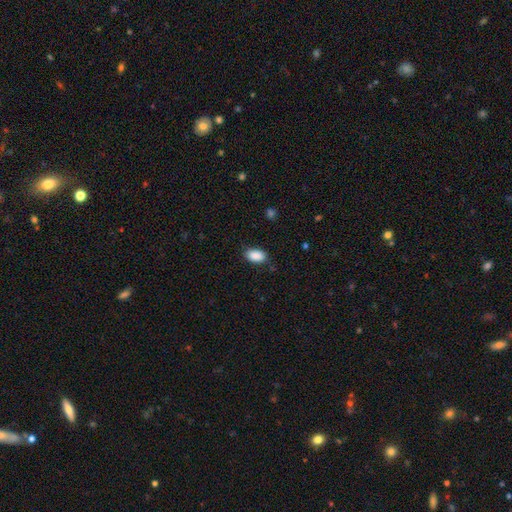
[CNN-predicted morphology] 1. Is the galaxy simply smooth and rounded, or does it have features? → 89% smooth, 7% star or artifact, 3% featured or disk.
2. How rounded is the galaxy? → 93% in between, 5% round, 2% cigar-shaped.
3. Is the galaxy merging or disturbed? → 81% none, 14% minor disturbance, 3% major disturbance, 1% merger.